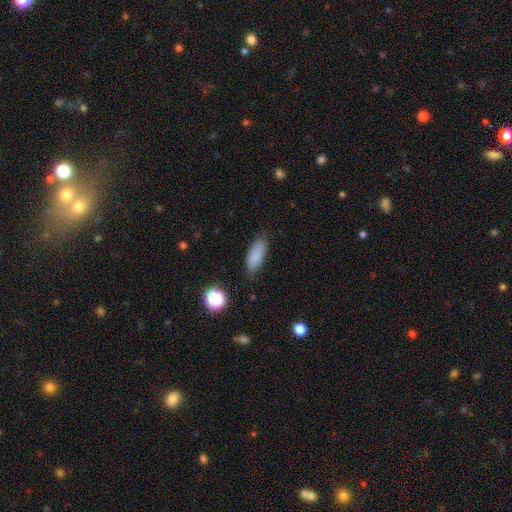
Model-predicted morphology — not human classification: This appears to be a smooth galaxy with no disk features (85%) that is in between round and cigar-shaped (77%). Merging: none (82%).